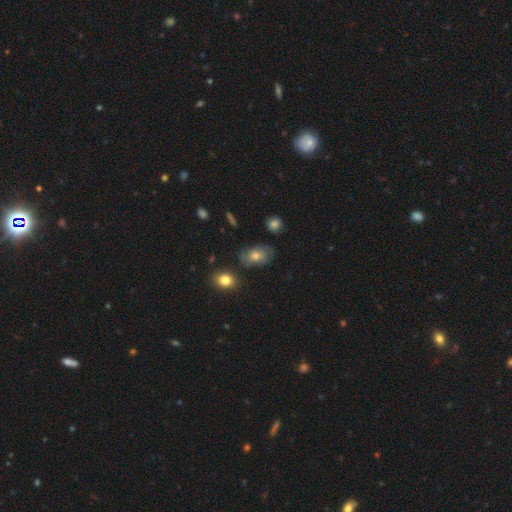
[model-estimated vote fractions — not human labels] A smooth galaxy with no disk features (50%) that is in between round and cigar-shaped (80%).

Vote fractions:
- Smooth or featured? smooth: 50% / featured or disk: 38% / star or artifact: 12%
- How rounded? in between: 80% / round: 18% / cigar-shaped: 2%
- Merging? none: 71% / minor disturbance: 20% / major disturbance: 6% / merger: 3%